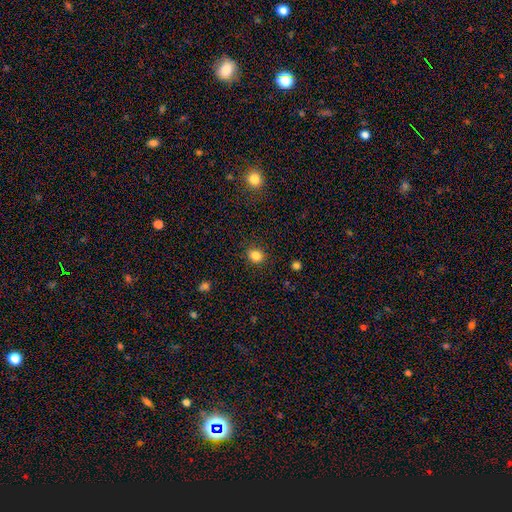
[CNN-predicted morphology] Q: Smooth or featured?
A: smooth (84%); runner-up: star or artifact (11%)
Q: How rounded?
A: round (58%); runner-up: in between (41%)
Q: Merging?
A: none (88%); runner-up: minor disturbance (8%)